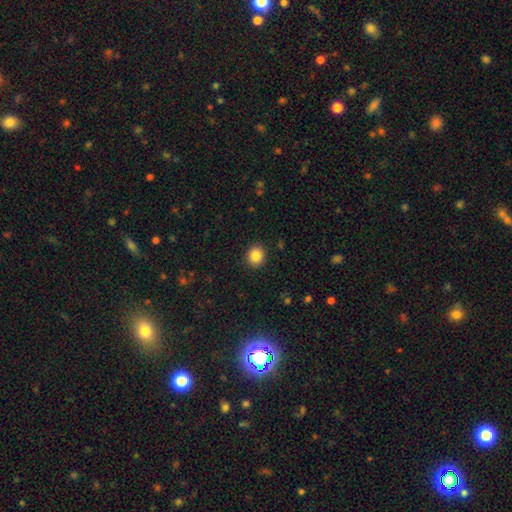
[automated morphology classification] type=smooth (85%); roundness=round (78%); merging=none (91%).